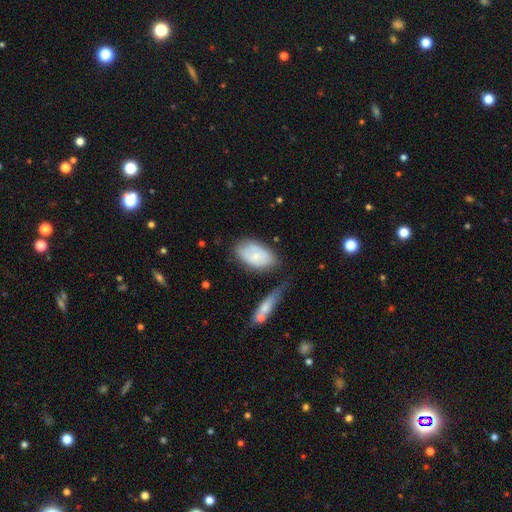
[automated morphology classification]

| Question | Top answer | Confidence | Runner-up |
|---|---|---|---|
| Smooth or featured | smooth | 62% | featured or disk (31%) |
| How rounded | in between | 93% | round (5%) |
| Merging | none | 54% | minor disturbance (27%) |